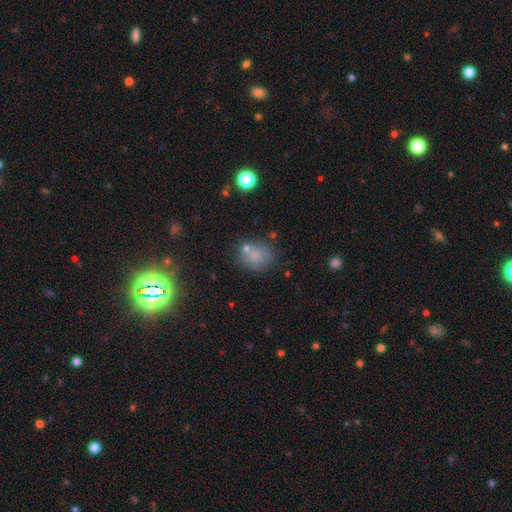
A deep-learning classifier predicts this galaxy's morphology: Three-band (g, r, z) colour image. It shows a smooth galaxy with no disk features (72%) that is round (59%). Merging: none (64%).